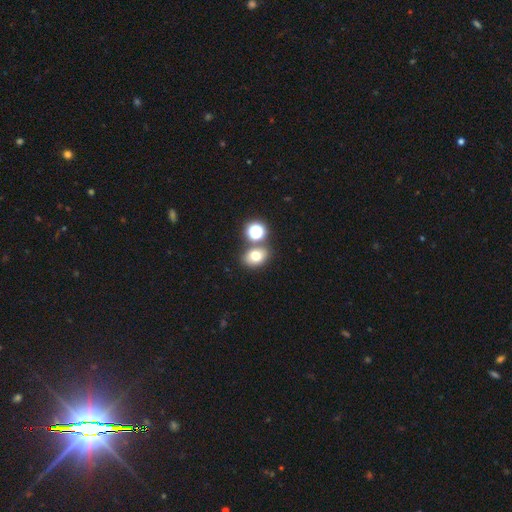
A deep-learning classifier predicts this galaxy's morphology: A smooth galaxy with no disk features (73%) that is in between round and cigar-shaped (56%). Merging: none (68%).